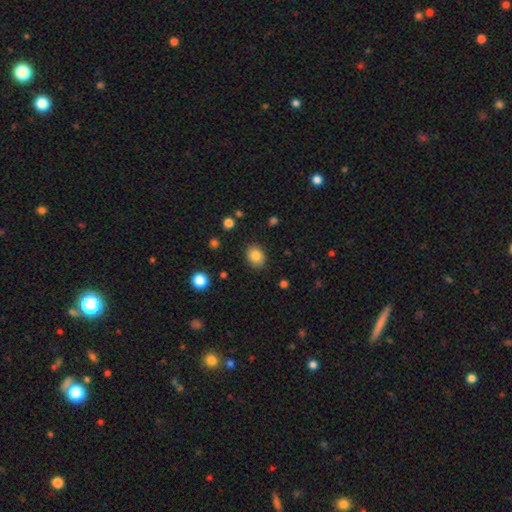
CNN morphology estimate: smooth-or-featured: smooth: 83% | star or artifact: 10% | featured or disk: 7%
  how-rounded: round: 52% | in between: 47% | cigar-shaped: 1%
  merging: none: 88% | minor disturbance: 9% | major disturbance: 2% | merger: 1%